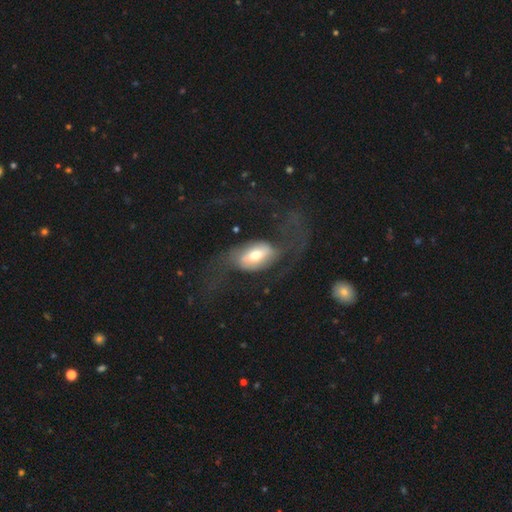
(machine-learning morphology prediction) Smooth or featured?
  - featured or disk: 68% *
  - smooth: 25%
  - star or artifact: 6%
Edge-on disk?
  - no: 91% *
  - yes: 9%
Bar?
  - strong: 38% *
  - weak: 37%
  - no: 24%
Spiral arms?
  - yes: 81% *
  - no: 19%
Spiral winding?
  - loose: 67% *
  - medium: 26%
  - tight: 7%
Spiral arm count?
  - 2: 88% *
  - can't tell: 5%
  - 1: 4%
  - 3: 1%
  - 4: 1%
  - more than 4: 1%
Bulge size?
  - moderate: 56% *
  - small: 22%
  - large: 17%
  - dominant: 4%
  - none: 2%
Merging?
  - none: 47% *
  - major disturbance: 36%
  - minor disturbance: 14%
  - merger: 3%